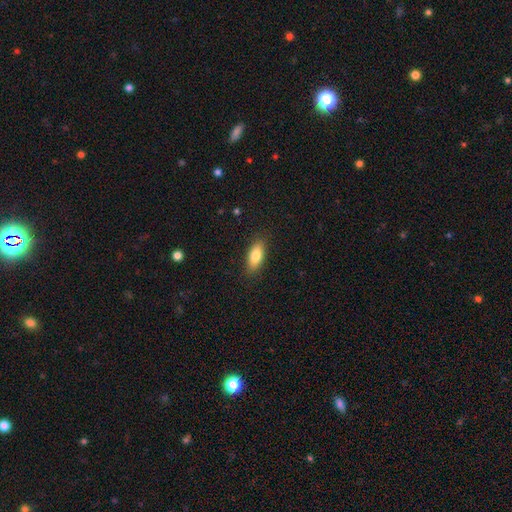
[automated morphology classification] smooth-or-featured: smooth: 81% | featured or disk: 12% | star or artifact: 7%
  how-rounded: in between: 80% | cigar-shaped: 17% | round: 3%
  merging: none: 87% | minor disturbance: 10% | major disturbance: 2% | merger: 1%